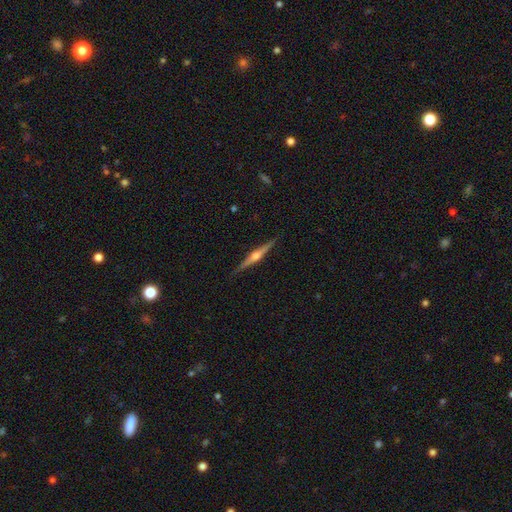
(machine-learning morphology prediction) A featured or disk galaxy (79%) viewed edge-on (98%) with a rounded central bulge (93%).

Vote fractions:
- Smooth or featured? featured or disk: 79% / smooth: 15% / star or artifact: 6%
- Edge-on disk? yes: 98% / no: 2%
- Edge-on bulge? rounded: 93% / boxy: 4% / none: 3%
- Merging? none: 90% / minor disturbance: 8% / major disturbance: 1% / merger: 1%